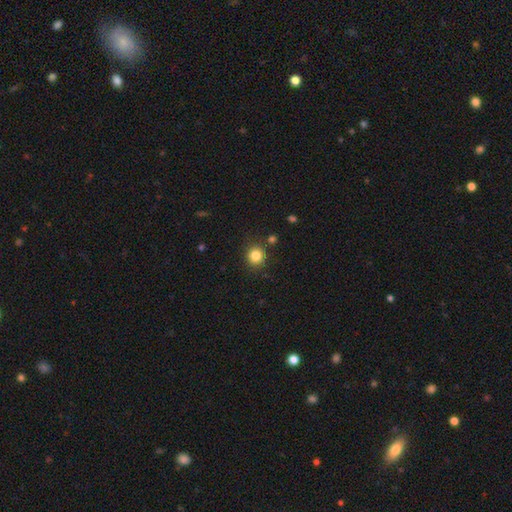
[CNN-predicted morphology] Smooth or featured? smooth (84%)
How rounded? round (89%)
Merging? none (86%)